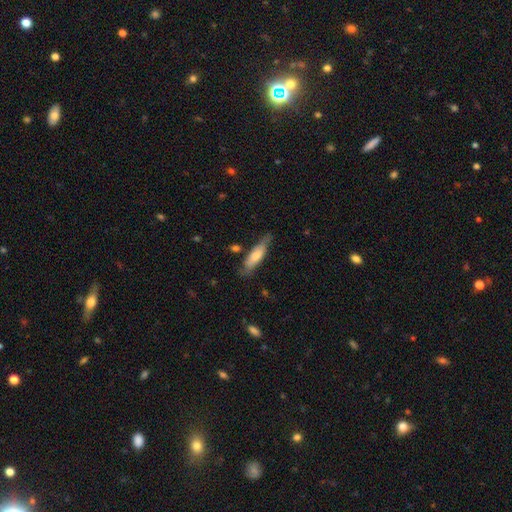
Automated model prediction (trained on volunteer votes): Smooth or featured?
  - smooth: 64% *
  - featured or disk: 30%
  - star or artifact: 6%
How rounded?
  - cigar-shaped: 62% *
  - in between: 37%
  - round: 2%
Merging?
  - none: 67% *
  - minor disturbance: 24%
  - major disturbance: 5%
  - merger: 4%